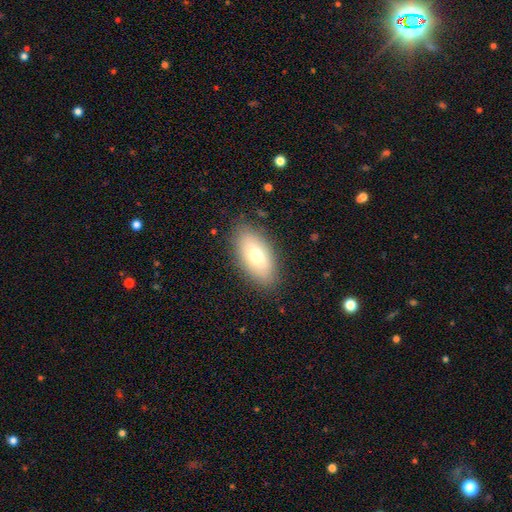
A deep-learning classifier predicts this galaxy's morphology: This is likely a smooth galaxy (70%). How rounded: clearly in between (90%). Merging: clearly none (84%).